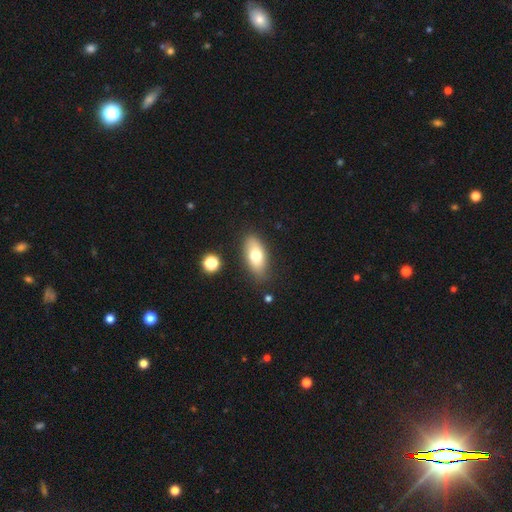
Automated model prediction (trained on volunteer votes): The model was most divided on "smooth or featured": smooth: 70%, featured or disk: 22%, star or artifact: 8%. More confident: how rounded — in between (85%); merging — none (83%).